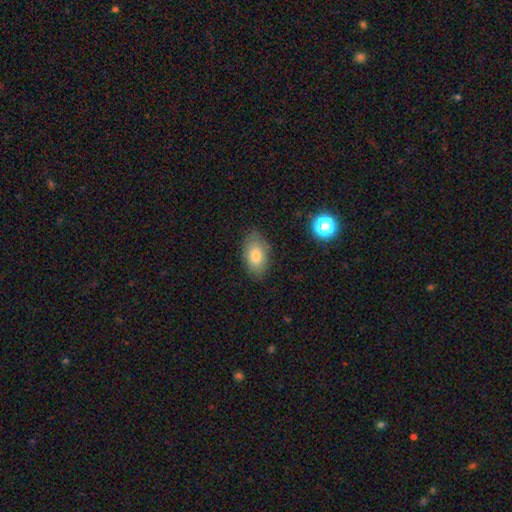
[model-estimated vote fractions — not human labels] Smooth or featured?
  - smooth: 79% *
  - featured or disk: 13%
  - star or artifact: 8%
How rounded?
  - in between: 92% *
  - round: 6%
  - cigar-shaped: 2%
Merging?
  - none: 84% *
  - minor disturbance: 12%
  - major disturbance: 3%
  - merger: 1%